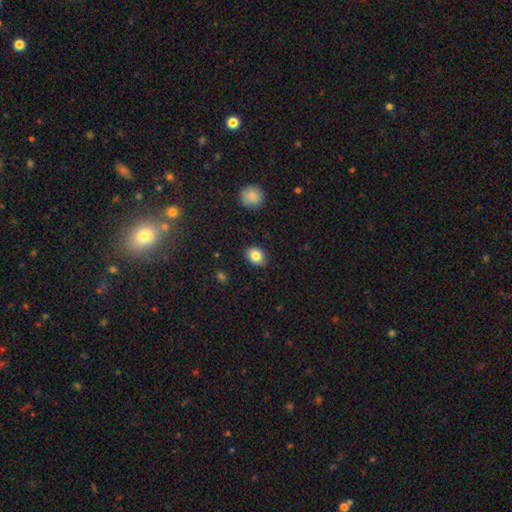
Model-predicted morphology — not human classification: smooth_or_featured: smooth (p=0.84) [alt: star or artifact p=0.09]
how_rounded: in between (p=0.58) [alt: round p=0.41]
merging: none (p=0.88) [alt: minor disturbance p=0.09]